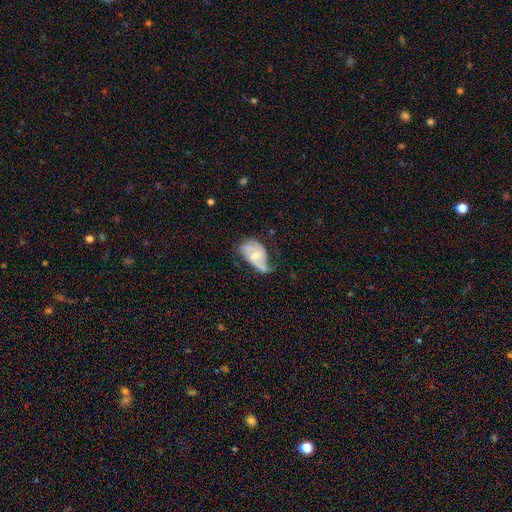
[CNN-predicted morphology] Smooth or featured? Predicted: featured or disk (p=0.69). Edge-on disk? Predicted: no (p=0.96). Bar? Predicted: no (p=0.48). Spiral arms? Predicted: yes (p=0.85). Spiral winding? Predicted: loose (p=0.41). Spiral arm count? Predicted: 2 (p=0.60). Bulge size? Predicted: moderate (p=0.48). Merging? Predicted: minor disturbance (p=0.33).